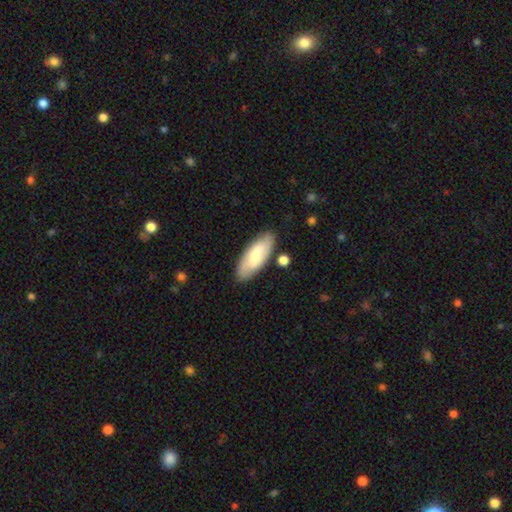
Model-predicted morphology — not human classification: The model was most divided on "smooth or featured": smooth: 61%, featured or disk: 33%, star or artifact: 6%. More confident: merging — none (80%); how rounded — in between (75%).